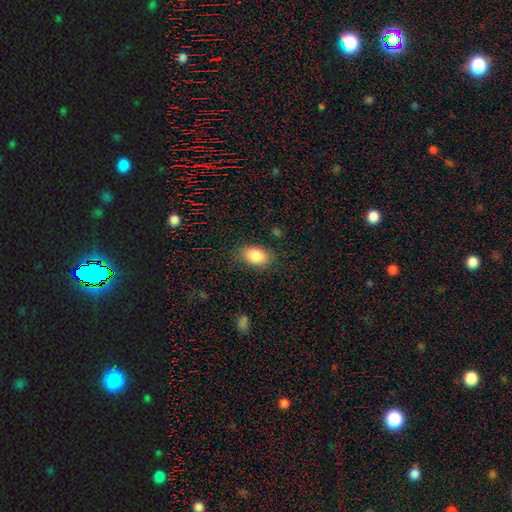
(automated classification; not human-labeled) Q: Smooth or featured?
A: smooth (87%); runner-up: star or artifact (8%)
Q: How rounded?
A: in between (81%); runner-up: round (18%)
Q: Merging?
A: none (80%); runner-up: minor disturbance (14%)